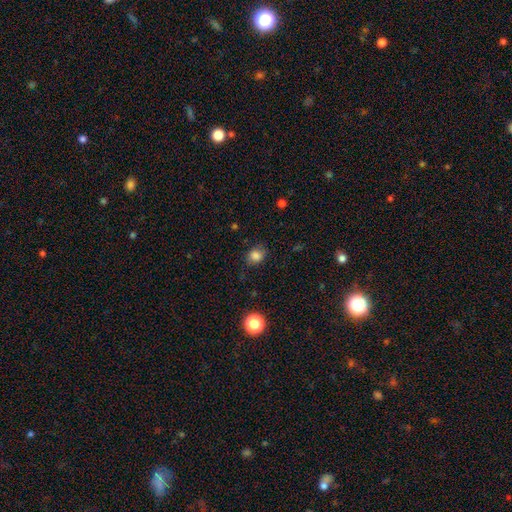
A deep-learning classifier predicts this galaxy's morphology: A smooth galaxy with no disk features (82%) that is round (57%). Merging: none (76%).